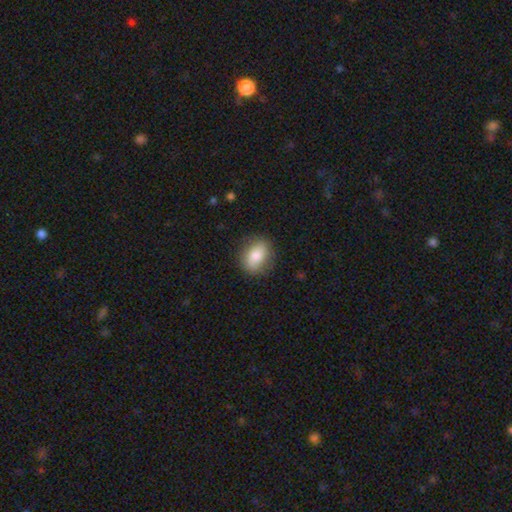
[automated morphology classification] This appears to be a smooth galaxy with no disk features (77%) that is in between round and cigar-shaped (68%). Merging: none (83%).